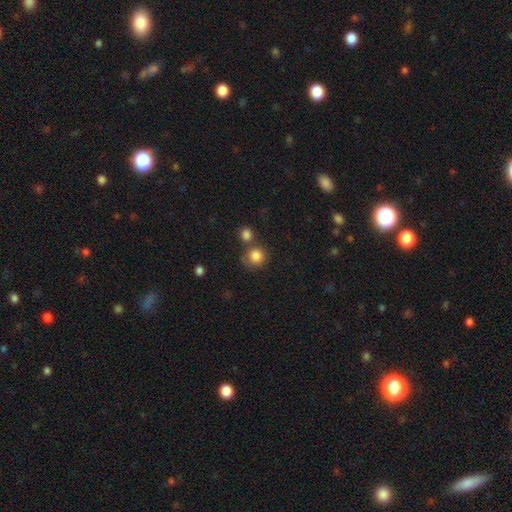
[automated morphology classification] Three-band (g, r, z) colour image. It shows a smooth galaxy with no disk features (85%) that is round (86%). Merging: none (62%).